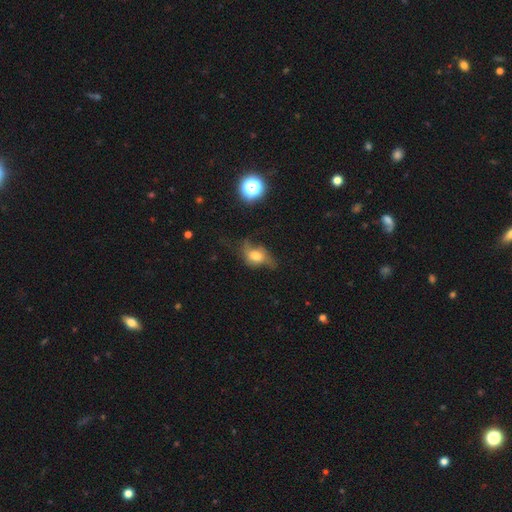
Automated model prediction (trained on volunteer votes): smooth 49%, featured or disk 38%, star or artifact 13%. Down the decision tree: merging — none (39%).